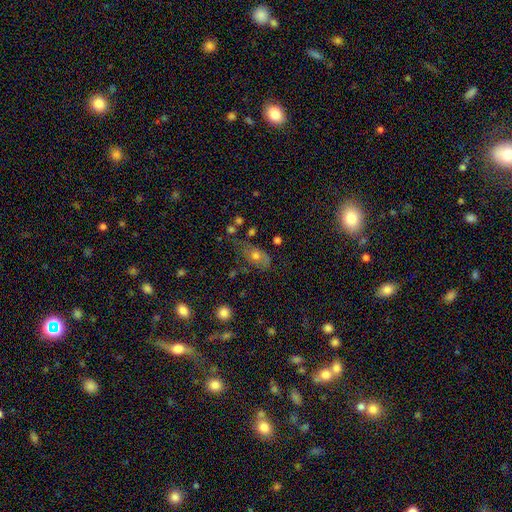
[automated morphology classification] Smooth or featured: smooth — 60% (featured or disk — 25%)
How rounded: in between — 76% (round — 19%)
Merging: none — 45% (minor disturbance — 29%)